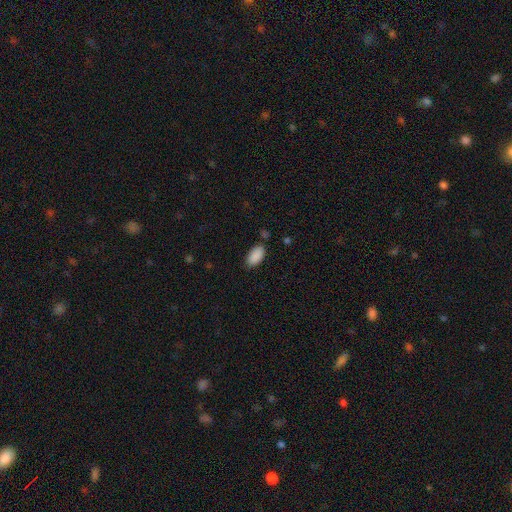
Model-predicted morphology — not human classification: A smooth galaxy with no disk features (90%) that is in between round and cigar-shaped (95%). Merging: none (83%).